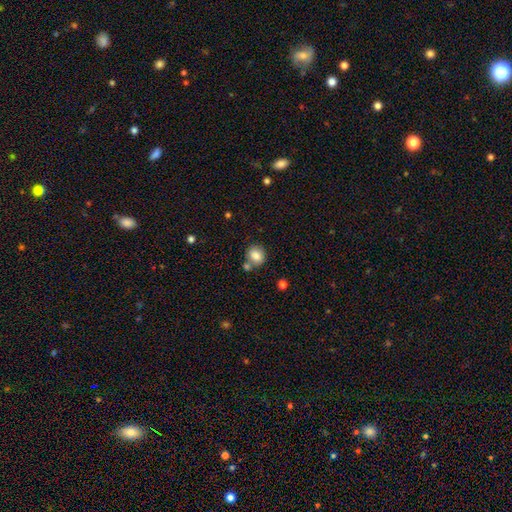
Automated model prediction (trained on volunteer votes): Smooth or featured? Predicted: smooth (p=0.83). How rounded? Predicted: round (p=0.77). Merging? Predicted: none (p=0.68).